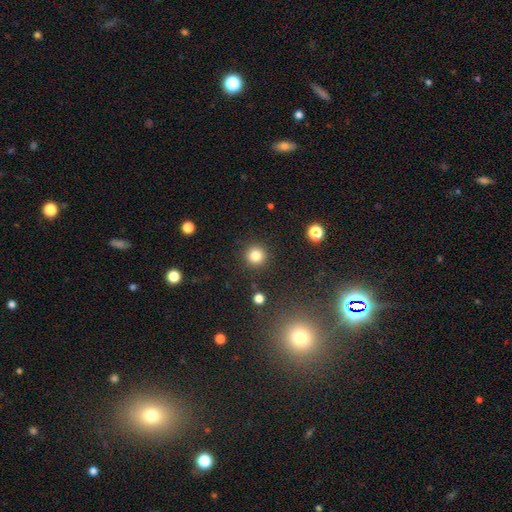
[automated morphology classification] Q: Smooth or featured?
A: smooth (83%); runner-up: star or artifact (12%)
Q: How rounded?
A: round (94%); runner-up: in between (5%)
Q: Merging?
A: none (90%); runner-up: minor disturbance (6%)